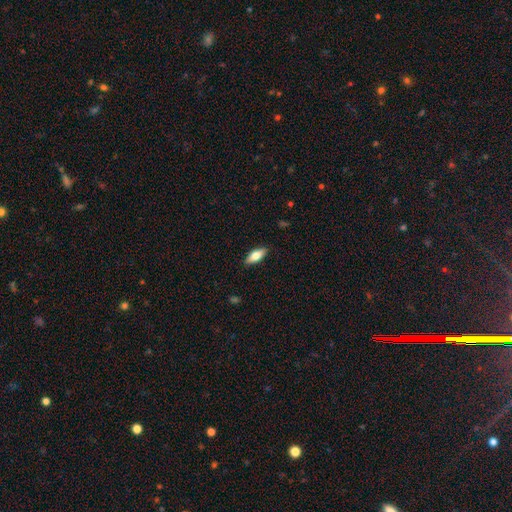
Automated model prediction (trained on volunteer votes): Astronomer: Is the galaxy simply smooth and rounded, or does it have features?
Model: smooth — 70%.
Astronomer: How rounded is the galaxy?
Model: in between — 75%.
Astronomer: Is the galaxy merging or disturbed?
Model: none — 88%.